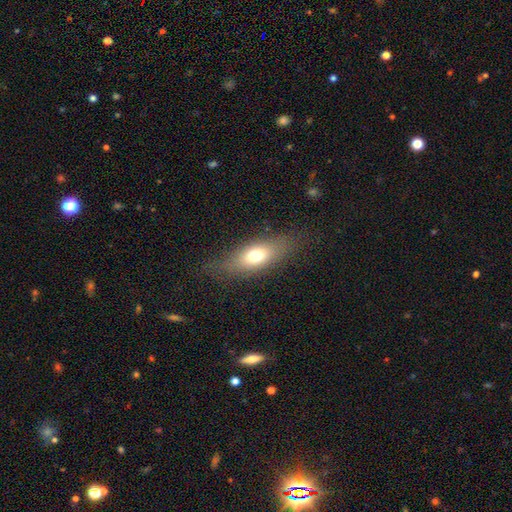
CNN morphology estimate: A smooth galaxy with no disk features (67%) that is in between round and cigar-shaped (73%). Merging: none (77%).